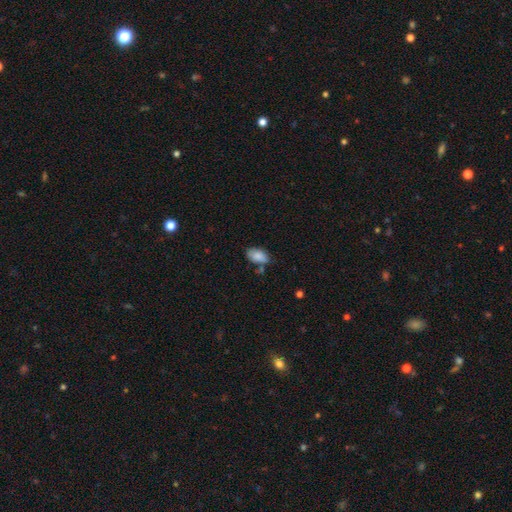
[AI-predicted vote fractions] This appears to be a smooth galaxy with no disk features (85%) that is in between round and cigar-shaped (93%). Merging: none (63%).